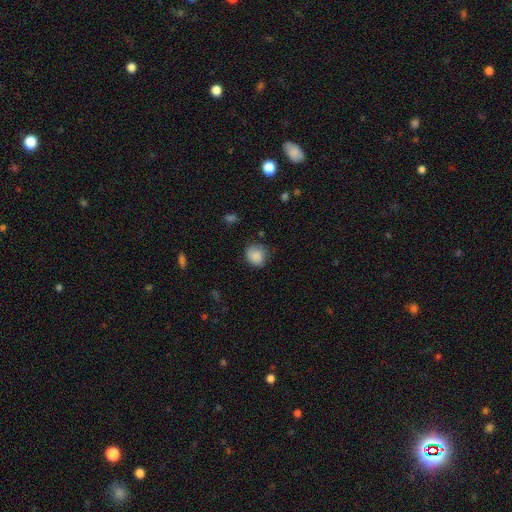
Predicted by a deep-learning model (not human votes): This appears to be a smooth galaxy with no disk features (84%) that is round (79%). Merging: none (67%).